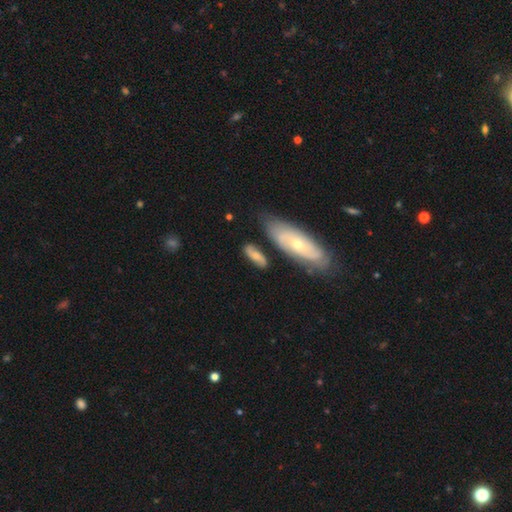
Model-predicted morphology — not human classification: smooth_or_featured: smooth (p=0.51) [alt: featured or disk p=0.41]
how_rounded: in between (p=0.68) [alt: cigar-shaped p=0.27]
merging: none (p=0.66) [alt: minor disturbance p=0.19]